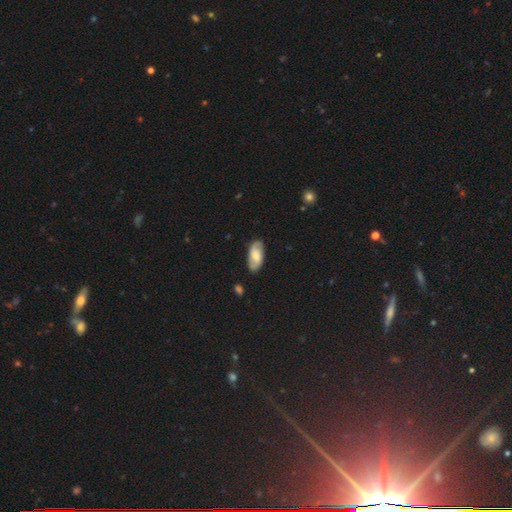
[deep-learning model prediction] Smooth or featured? Predicted: featured or disk (p=0.55). Edge-on disk? Predicted: no (p=0.93). Bar? Predicted: no (p=0.48). Spiral arms? Predicted: yes (p=0.88). Bulge size? Predicted: moderate (p=0.46). Merging? Predicted: none (p=0.82).